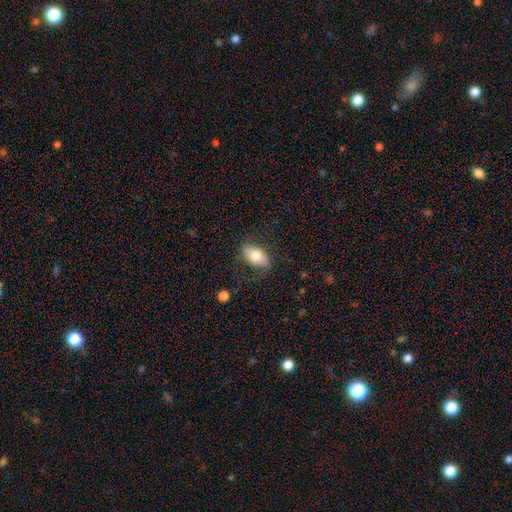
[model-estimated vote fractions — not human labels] smooth 73%, featured or disk 21%, star or artifact 7%. Down the decision tree: how rounded — in between (91%); merging — none (72%).